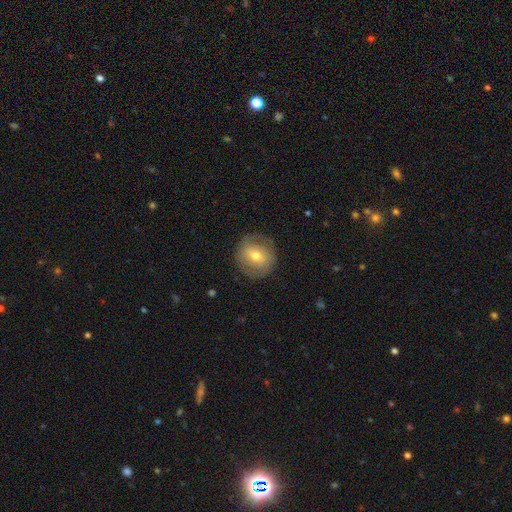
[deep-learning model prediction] A smooth galaxy with no disk features (49%). Merging: none (81%).